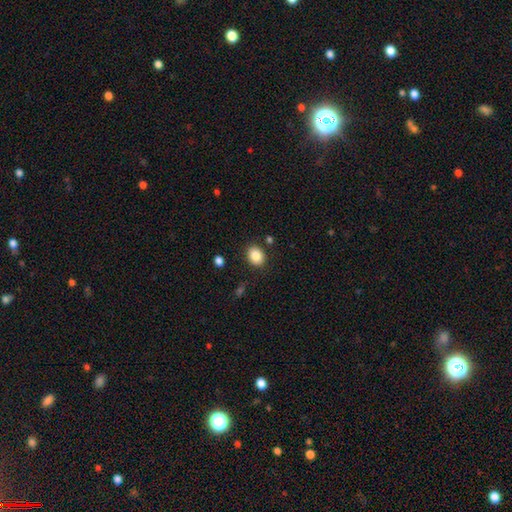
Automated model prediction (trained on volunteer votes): Morphology: type=smooth (85%); roundness=in between (50%); merging=none (87%).